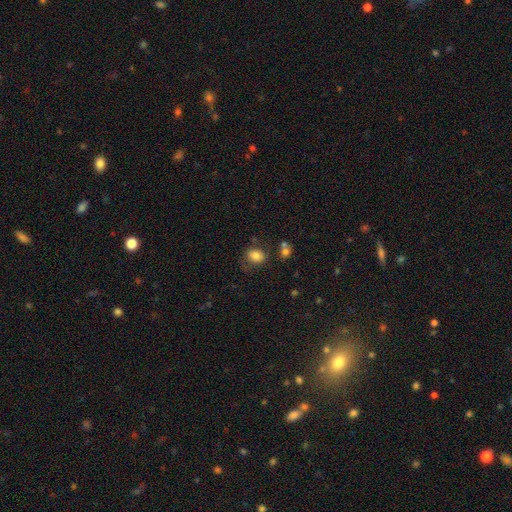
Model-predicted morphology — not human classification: A smooth galaxy with no disk features (82%) that is round (54%).

Vote fractions:
- Smooth or featured? smooth: 82% / star or artifact: 10% / featured or disk: 8%
- How rounded? round: 54% / in between: 45% / cigar-shaped: 1%
- Merging? none: 67% / minor disturbance: 18% / major disturbance: 8% / merger: 7%